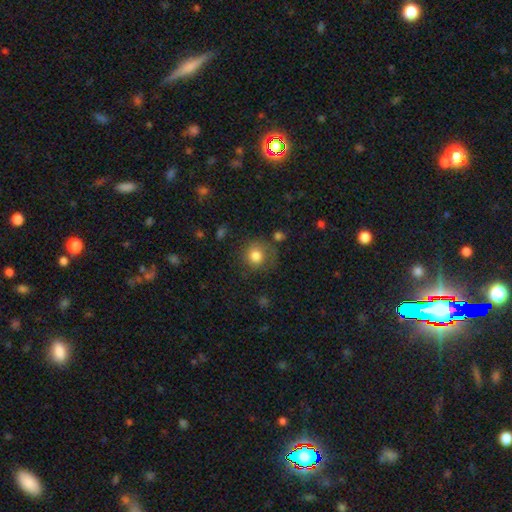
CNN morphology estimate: Smooth or featured?
  - smooth: 79% *
  - featured or disk: 11%
  - star or artifact: 10%
How rounded?
  - round: 88% *
  - in between: 11%
  - cigar-shaped: 1%
Merging?
  - none: 64% *
  - minor disturbance: 20%
  - major disturbance: 13%
  - merger: 4%